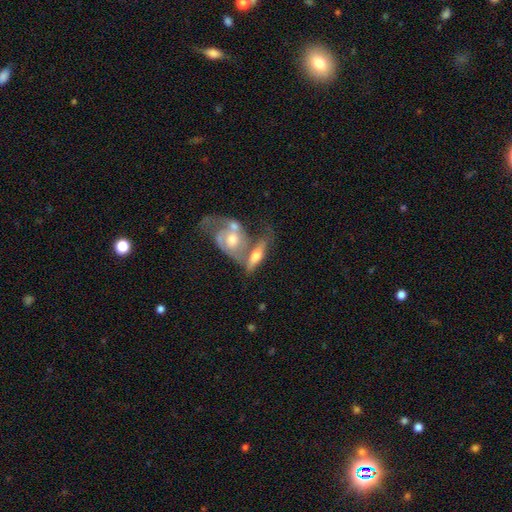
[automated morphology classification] This is likely a featured or disk galaxy (62%). It is possibly not viewed edge-on (55%). Merging: likely merger (60%).